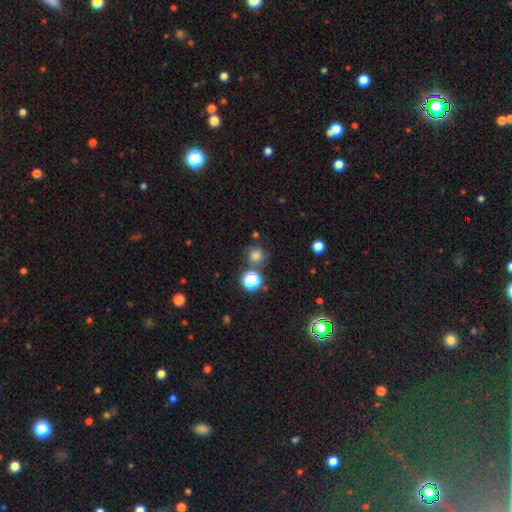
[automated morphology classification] This appears to be a smooth galaxy with no disk features (74%) that is round (91%). Merging: none (75%).